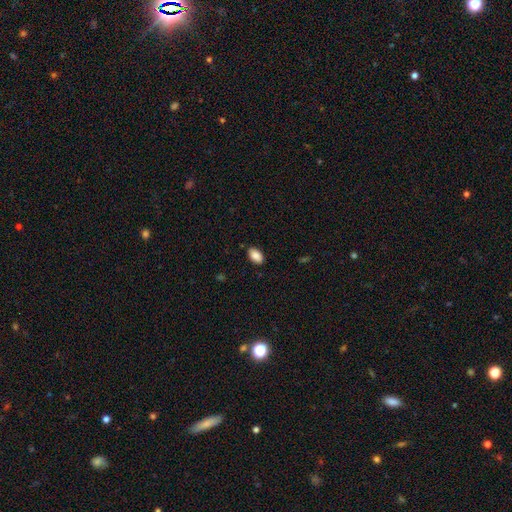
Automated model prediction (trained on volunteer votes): Smooth or featured? Predicted: smooth (p=0.89). How rounded? Predicted: in between (p=0.93). Merging? Predicted: none (p=0.86).